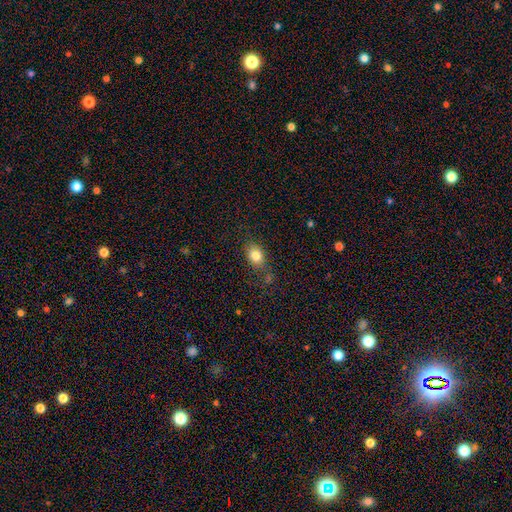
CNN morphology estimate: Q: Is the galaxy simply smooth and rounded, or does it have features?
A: smooth — 82%.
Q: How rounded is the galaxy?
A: in between — 68%.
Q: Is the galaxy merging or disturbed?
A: none — 72%.